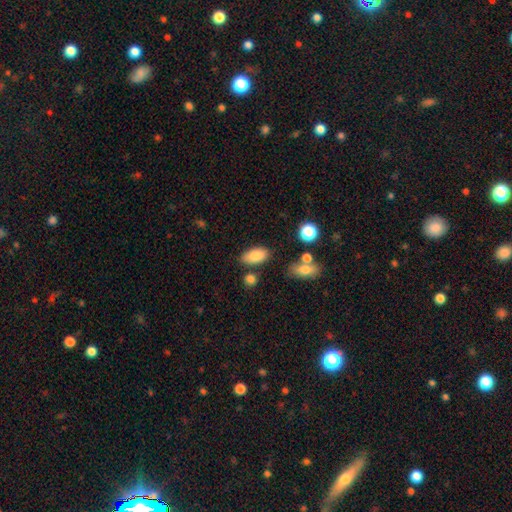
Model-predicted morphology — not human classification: type=smooth (84%); roundness=in between (91%); merging=none (77%).